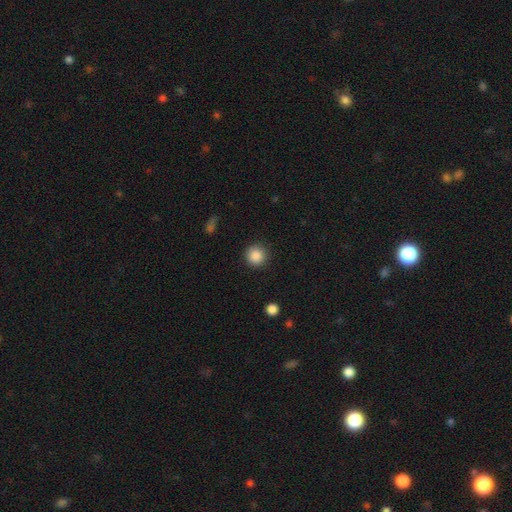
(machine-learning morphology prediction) A smooth galaxy with no disk features (87%) that is round (94%). Merging: none (90%).